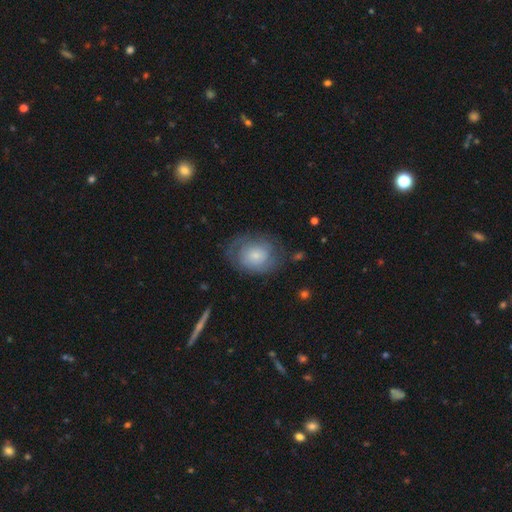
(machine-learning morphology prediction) The model was most divided on "smooth or featured": smooth: 48%, featured or disk: 44%, star or artifact: 8%. More confident: merging — none (62%).